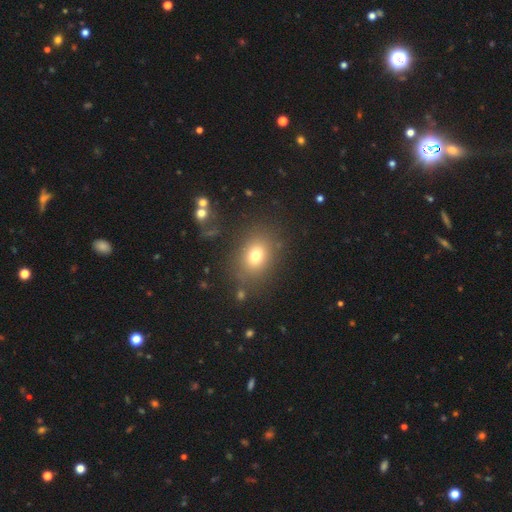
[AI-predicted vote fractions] Smooth or featured? Predicted: smooth (p=0.74). How rounded? Predicted: in between (p=0.59). Merging? Predicted: none (p=0.81).